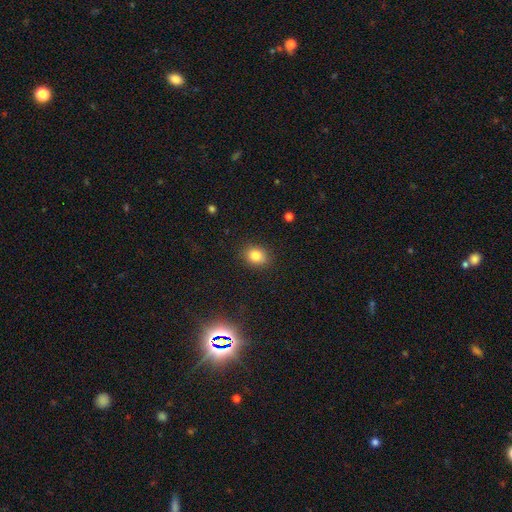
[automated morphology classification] smooth_or_featured: smooth (p=0.81) [alt: star or artifact p=0.11]
how_rounded: round (p=0.50) [alt: in between p=0.49]
merging: none (p=0.87) [alt: minor disturbance p=0.10]